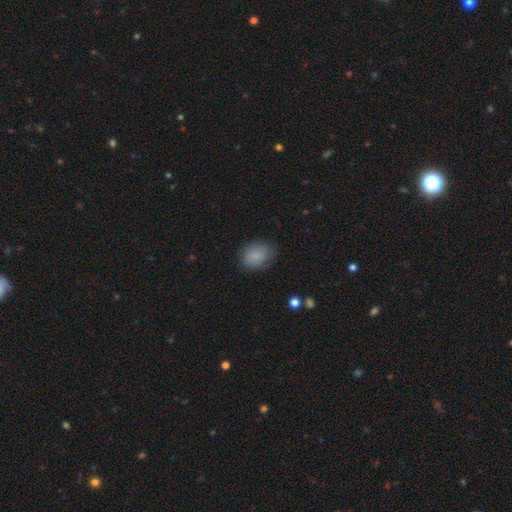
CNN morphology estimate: smooth 85%, star or artifact 9%, featured or disk 6%. Down the decision tree: how rounded — in between (62%); merging — none (78%).